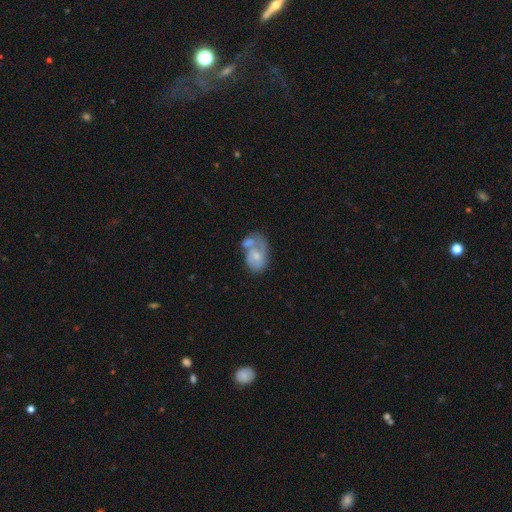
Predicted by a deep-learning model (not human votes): smooth_or_featured: featured or disk (p=0.50) [alt: smooth p=0.44]
disk_edge_on: no (p=0.97) [alt: yes p=0.03]
merging: merger (p=0.46) [alt: none p=0.22]